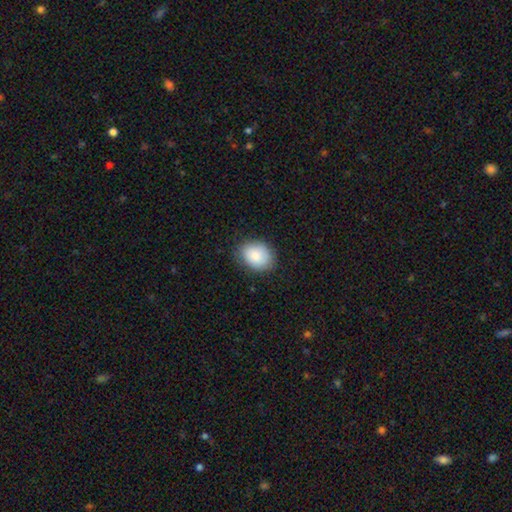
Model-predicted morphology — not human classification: This appears to be a smooth galaxy with no disk features (83%) that is in between round and cigar-shaped (55%). Merging: none (81%).